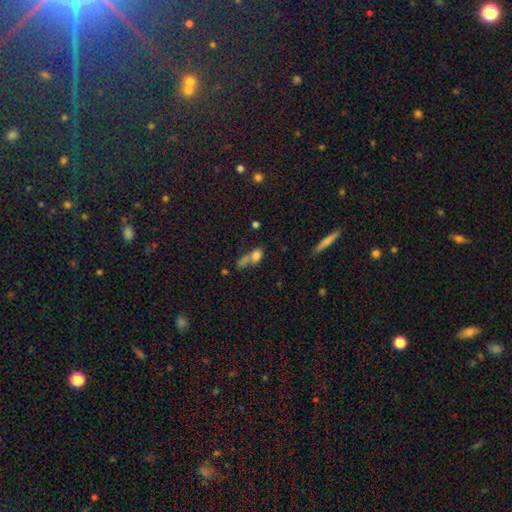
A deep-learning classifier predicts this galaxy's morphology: Smooth or featured?
  - smooth: 73% *
  - featured or disk: 13%
  - star or artifact: 13%
How rounded?
  - in between: 65% *
  - round: 26%
  - cigar-shaped: 9%
Merging?
  - merger: 51% *
  - none: 28%
  - minor disturbance: 11%
  - major disturbance: 10%